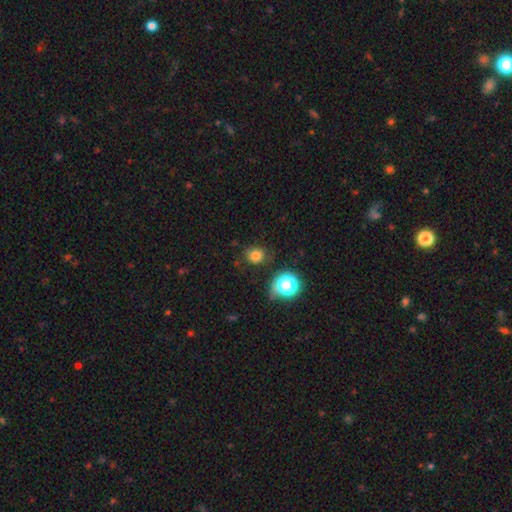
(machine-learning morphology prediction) This is likely a smooth galaxy (77%). How rounded: likely round (76%). Merging: likely none (78%).